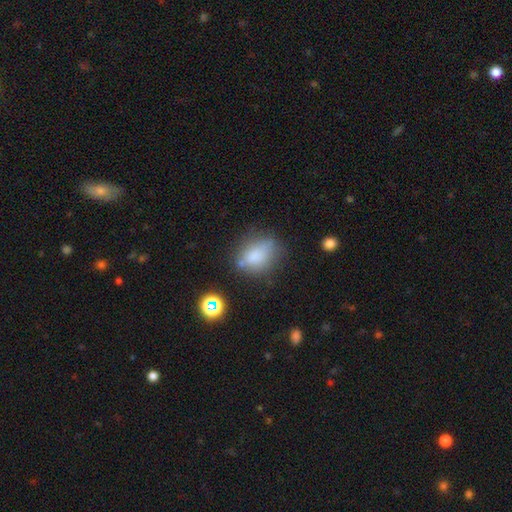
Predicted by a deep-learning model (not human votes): Smooth or featured? Predicted: smooth (p=0.76). How rounded? Predicted: in between (p=0.66). Merging? Predicted: none (p=0.56).